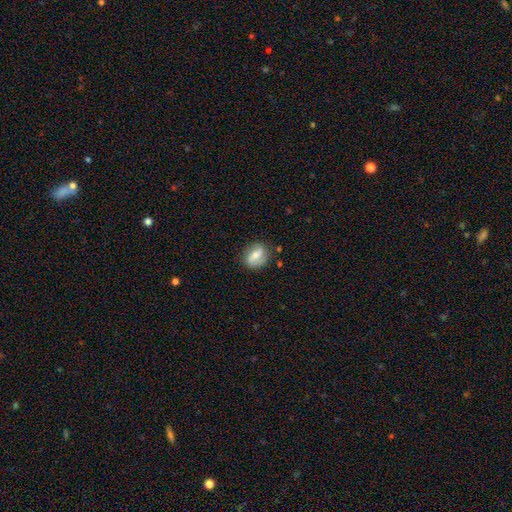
Volunteers were most divided on "bar" (3-way tie): strong: 33%, weak: 33%, no: 33%. Remaining: edge-on disk — no (95%); merging — none (81%); spiral arms — yes (72%); bulge size — moderate (72%); spiral winding — tight (54%); spiral arm count — 2 (54%); smooth or featured — featured or disk (49%).